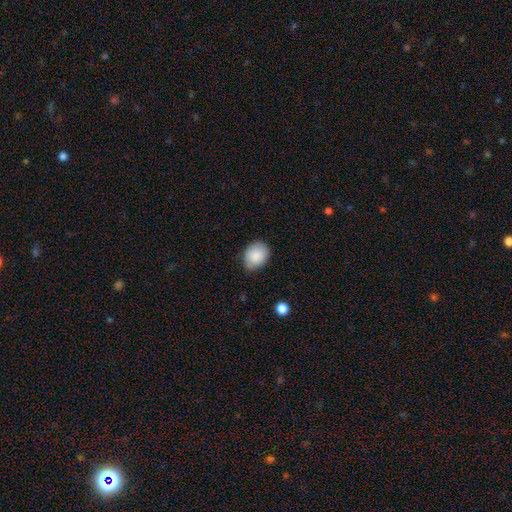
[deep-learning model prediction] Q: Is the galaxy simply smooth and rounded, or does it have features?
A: smooth — 88%.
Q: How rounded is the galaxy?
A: in between — 55%.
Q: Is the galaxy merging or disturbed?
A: none — 74%.